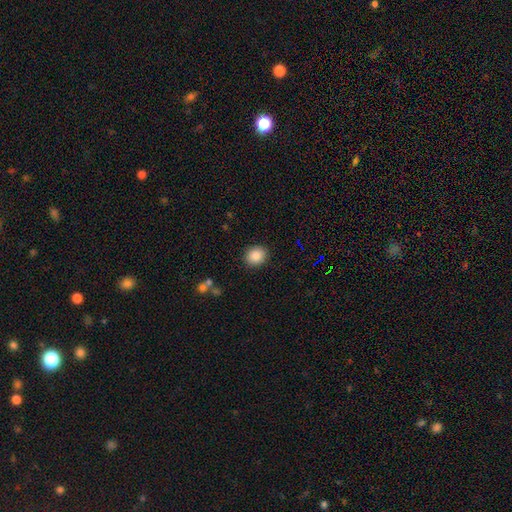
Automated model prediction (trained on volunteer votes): Q: Smooth or featured?
A: smooth (87%); runner-up: star or artifact (9%)
Q: How rounded?
A: round (69%); runner-up: in between (31%)
Q: Merging?
A: none (90%); runner-up: minor disturbance (7%)